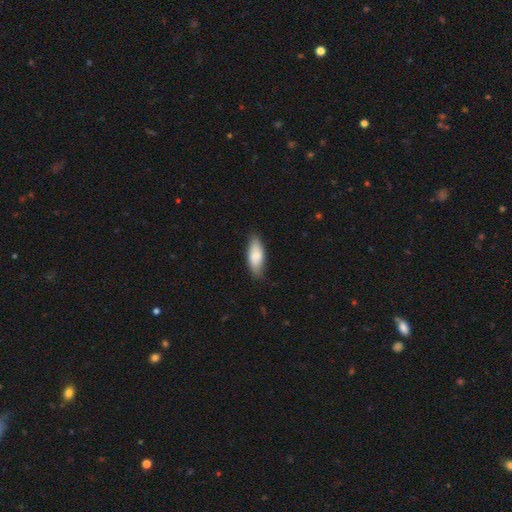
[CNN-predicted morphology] Smooth or featured? smooth (79%)
How rounded? in between (73%)
Merging? none (76%)